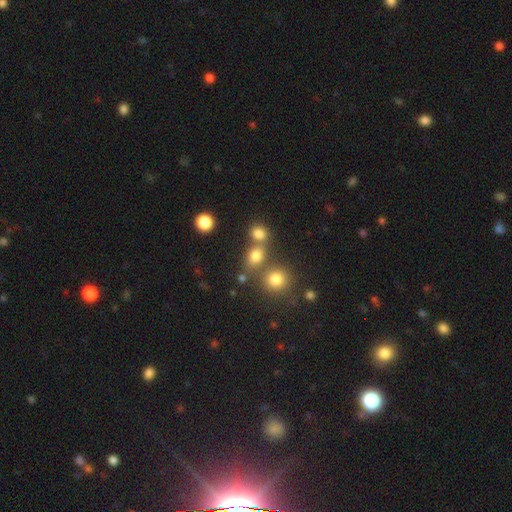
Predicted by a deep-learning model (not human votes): A smooth galaxy with no disk features (76%) that is round (56%).

Vote fractions:
- Smooth or featured? smooth: 76% / star or artifact: 15% / featured or disk: 8%
- How rounded? round: 56% / in between: 42% / cigar-shaped: 2%
- Merging? none: 56% / merger: 30% / minor disturbance: 10% / major disturbance: 5%